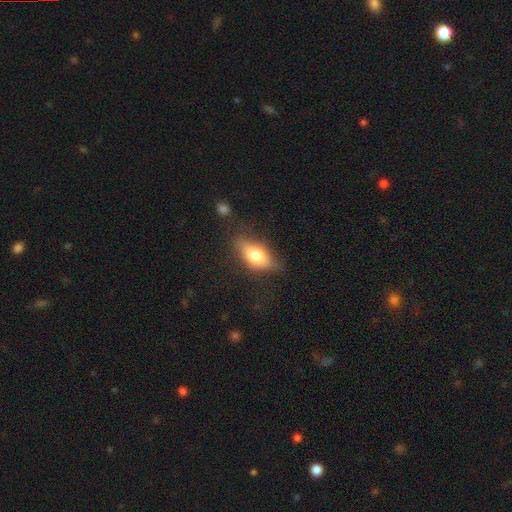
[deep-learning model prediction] Smooth or featured: smooth — 65% (featured or disk — 27%)
How rounded: in between — 81% (cigar-shaped — 13%)
Merging: none — 61% (minor disturbance — 26%)